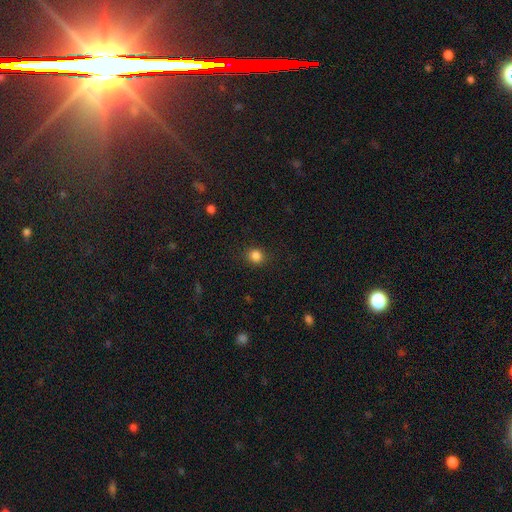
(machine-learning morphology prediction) Smooth or featured? smooth (84%)
How rounded? round (82%)
Merging? none (89%)